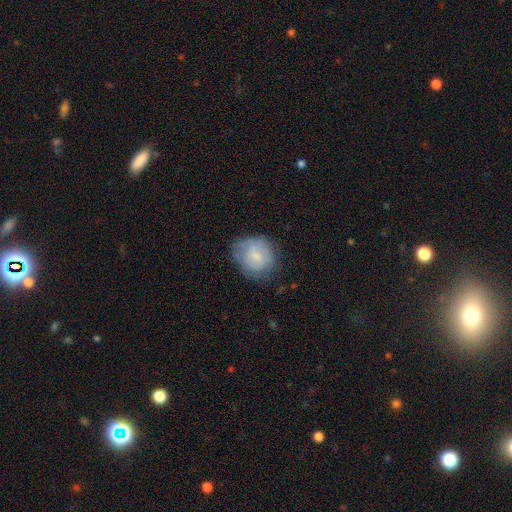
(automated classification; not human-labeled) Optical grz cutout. It shows a smooth galaxy with no disk features (68%) that is round (76%). Merging: none (62%).